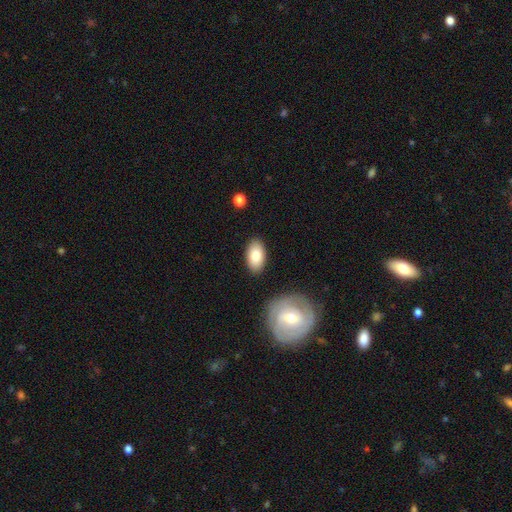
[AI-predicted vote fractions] Smooth or featured? Predicted: smooth (p=0.79). How rounded? Predicted: in between (p=0.93). Merging? Predicted: none (p=0.86).